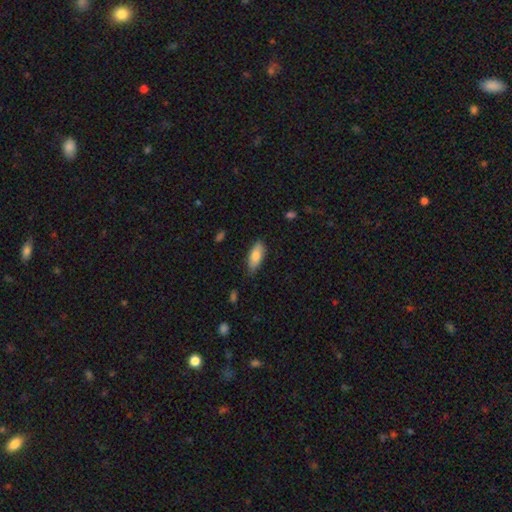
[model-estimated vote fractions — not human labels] smooth_or_featured: smooth (p=0.79) [alt: featured or disk p=0.15]
how_rounded: in between (p=0.78) [alt: cigar-shaped p=0.19]
merging: none (p=0.79) [alt: minor disturbance p=0.17]